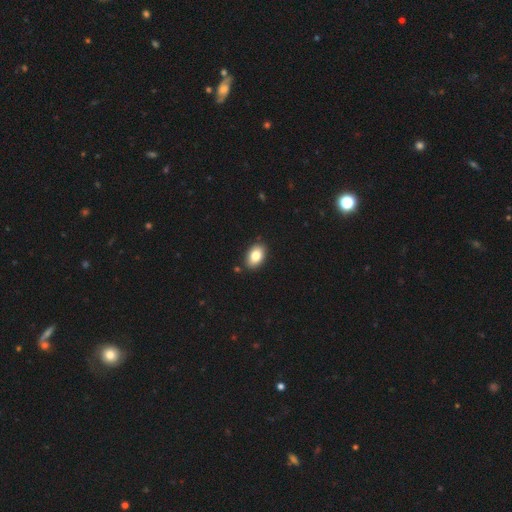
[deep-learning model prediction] Smooth or featured: smooth — 82% (featured or disk — 10%)
How rounded: in between — 88% (round — 10%)
Merging: none — 88% (minor disturbance — 9%)